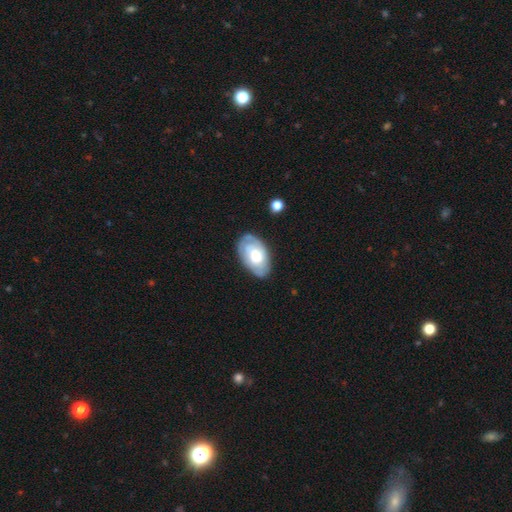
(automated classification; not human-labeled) featured or disk 50%, smooth 45%, star or artifact 6%. Down the decision tree: merging — none (74%).